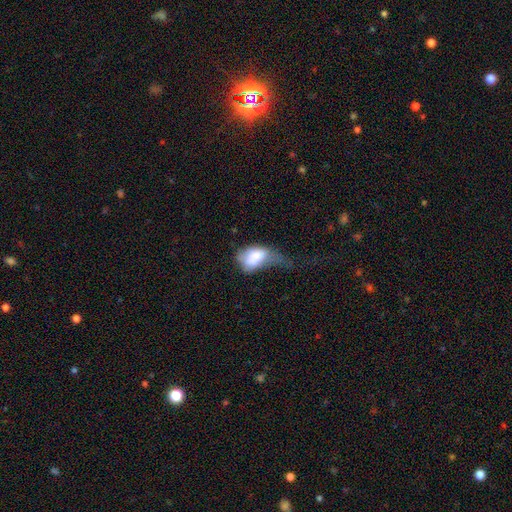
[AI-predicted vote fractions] This appears to be a smooth galaxy with no disk features (71%) that is in between round and cigar-shaped (87%). Merging: major disturbance (51%).